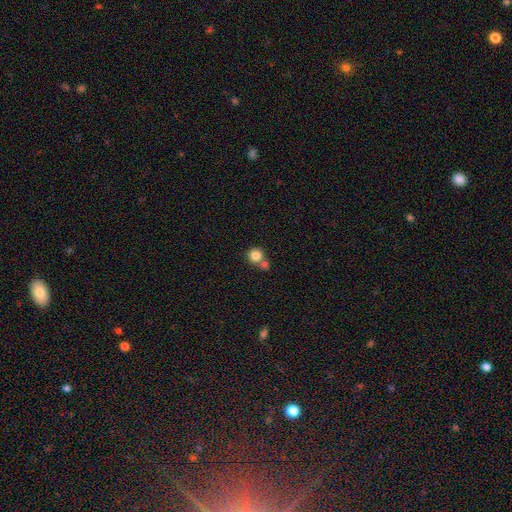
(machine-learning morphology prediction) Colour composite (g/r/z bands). It shows a smooth galaxy with no disk features (82%) that is round (90%). Merging: none (50%).